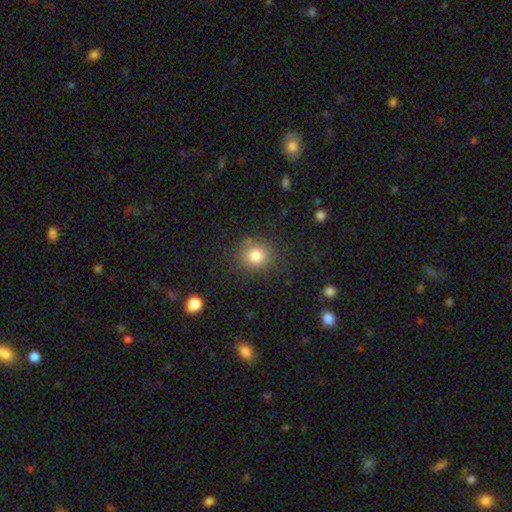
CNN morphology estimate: The model was most divided on "how rounded": round: 83%, in between: 16%, cigar-shaped: 1%. More confident: merging — none (83%); smooth or featured — smooth (82%).